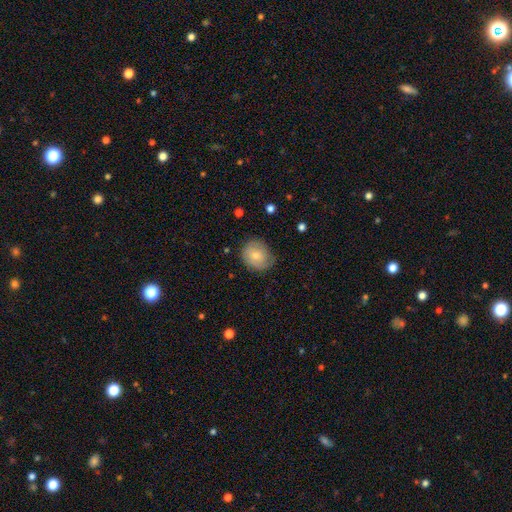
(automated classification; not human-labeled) Smooth or featured: smooth — 66% (featured or disk — 26%)
How rounded: round — 70% (in between — 29%)
Merging: none — 67% (minor disturbance — 25%)